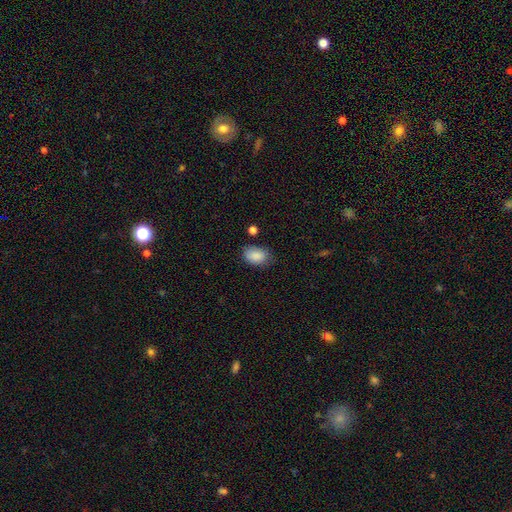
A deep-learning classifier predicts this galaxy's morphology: Smooth or featured?
  - smooth: 87% *
  - star or artifact: 8%
  - featured or disk: 5%
How rounded?
  - in between: 83% *
  - round: 16%
  - cigar-shaped: 1%
Merging?
  - none: 69% *
  - minor disturbance: 22%
  - major disturbance: 5%
  - merger: 3%